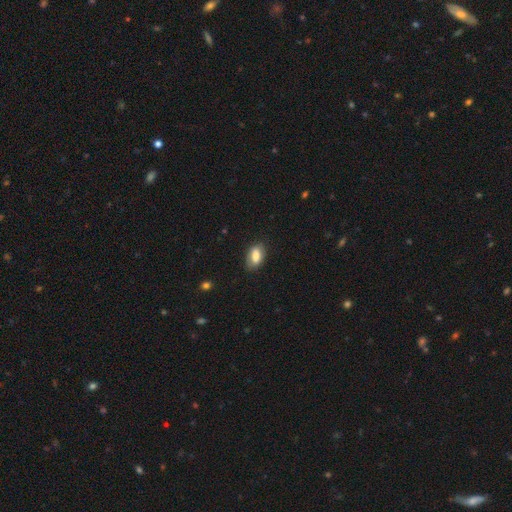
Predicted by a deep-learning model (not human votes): A smooth galaxy with no disk features (78%) that is in between round and cigar-shaped (90%). Merging: none (76%).